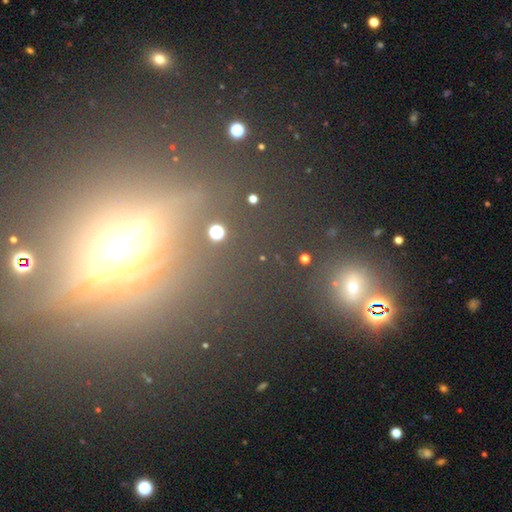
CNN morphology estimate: Q: Smooth or featured?
A: featured or disk (44%); runner-up: star or artifact (37%)
Q: Merging?
A: none (79%); runner-up: minor disturbance (10%)